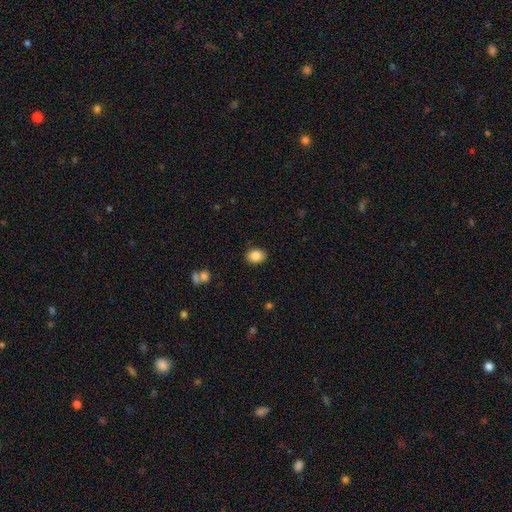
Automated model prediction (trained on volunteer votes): A smooth galaxy with no disk features (86%) that is in between round and cigar-shaped (66%).

Vote fractions:
- Smooth or featured? smooth: 86% / star or artifact: 9% / featured or disk: 6%
- How rounded? in between: 66% / round: 33% / cigar-shaped: 1%
- Merging? none: 88% / minor disturbance: 8% / major disturbance: 2% / merger: 1%